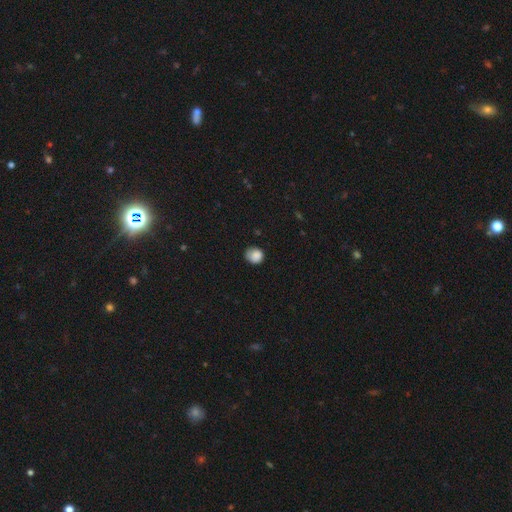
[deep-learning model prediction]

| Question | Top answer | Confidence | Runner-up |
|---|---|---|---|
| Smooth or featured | smooth | 85% | star or artifact (9%) |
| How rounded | round | 80% | in between (19%) |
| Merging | none | 68% | minor disturbance (25%) |